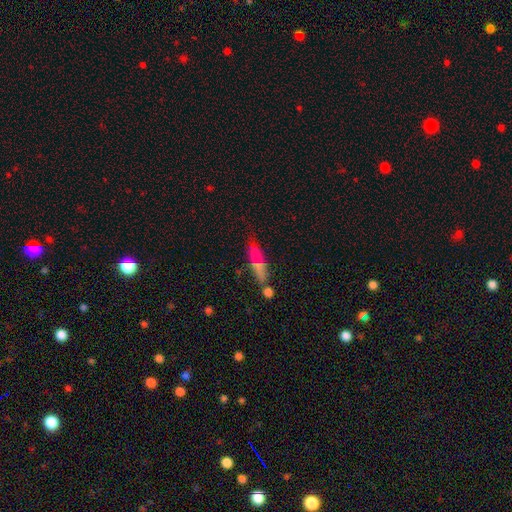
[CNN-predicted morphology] smooth-or-featured: smooth: 57% | featured or disk: 31% | star or artifact: 12%
  how-rounded: cigar-shaped: 82% | in between: 15% | round: 3%
  merging: none: 64% | minor disturbance: 19% | merger: 10% | major disturbance: 7%